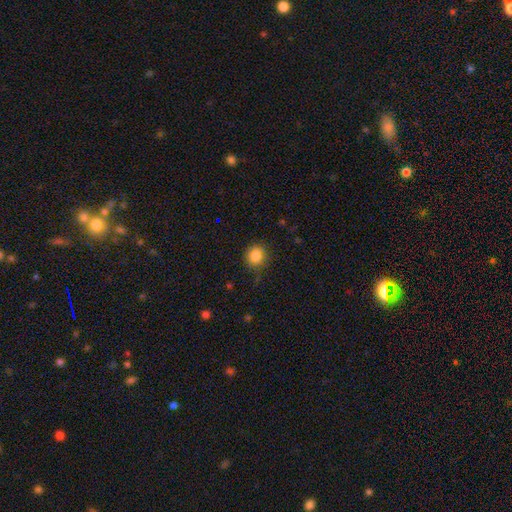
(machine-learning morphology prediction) smooth-or-featured: smooth: 85% | star or artifact: 10% | featured or disk: 5%
  how-rounded: round: 83% | in between: 16% | cigar-shaped: 1%
  merging: none: 82% | minor disturbance: 14% | major disturbance: 3% | merger: 1%